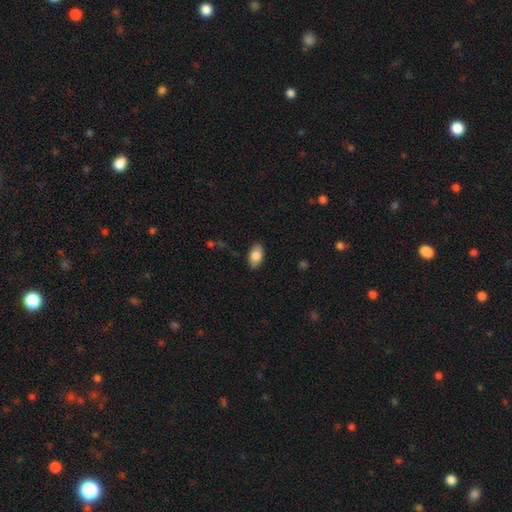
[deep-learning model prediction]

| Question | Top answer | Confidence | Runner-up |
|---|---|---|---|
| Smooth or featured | smooth | 83% | featured or disk (11%) |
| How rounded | in between | 93% | round (6%) |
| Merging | none | 87% | minor disturbance (10%) |